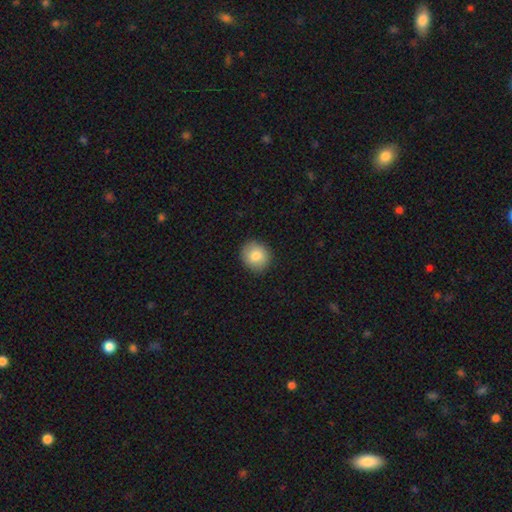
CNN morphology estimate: This is clearly a smooth galaxy (82%). How rounded: clearly round (80%). Merging: clearly none (90%).